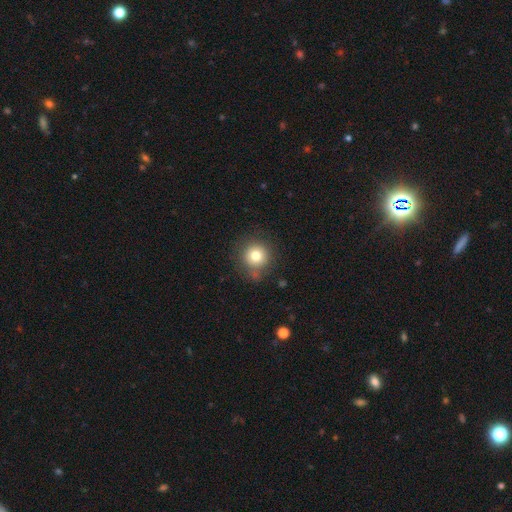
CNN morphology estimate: Q: Smooth or featured?
A: smooth (77%); runner-up: star or artifact (12%)
Q: How rounded?
A: round (93%); runner-up: in between (6%)
Q: Merging?
A: none (76%); runner-up: minor disturbance (15%)